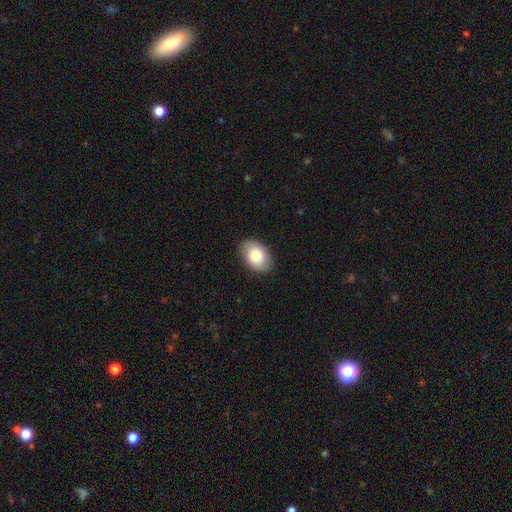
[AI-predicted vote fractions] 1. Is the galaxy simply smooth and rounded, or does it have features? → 81% smooth, 12% featured or disk, 7% star or artifact.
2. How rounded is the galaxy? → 84% in between, 15% round, 1% cigar-shaped.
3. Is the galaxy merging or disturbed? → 87% none, 10% minor disturbance, 2% major disturbance, 1% merger.